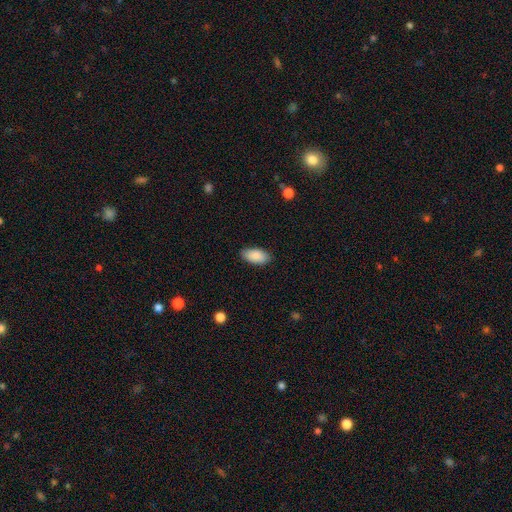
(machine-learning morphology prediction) smooth 89%, star or artifact 6%, featured or disk 4%. Down the decision tree: how rounded — in between (94%); merging — none (87%).